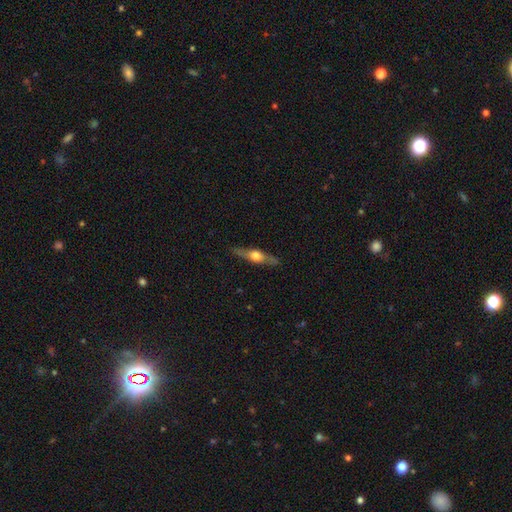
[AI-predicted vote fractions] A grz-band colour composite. It shows a featured or disk galaxy (65%) viewed edge-on (94%) with a rounded central bulge (93%). Merging: none (85%).